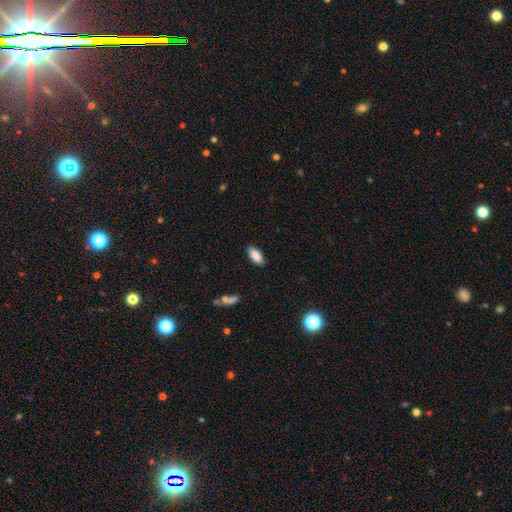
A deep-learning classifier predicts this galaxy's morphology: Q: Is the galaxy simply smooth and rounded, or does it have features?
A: smooth — 87%.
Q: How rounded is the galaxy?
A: in between — 86%.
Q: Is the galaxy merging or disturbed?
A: none — 87%.